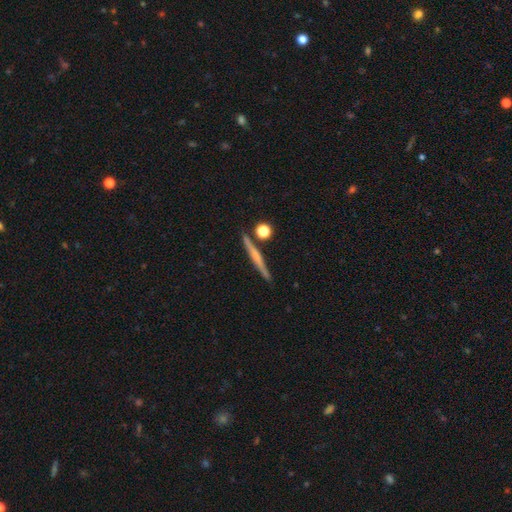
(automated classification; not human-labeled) Smooth or featured? featured or disk (54%)
Edge-on disk? yes (97%)
Edge-on bulge? none (49%)
Merging? none (86%)